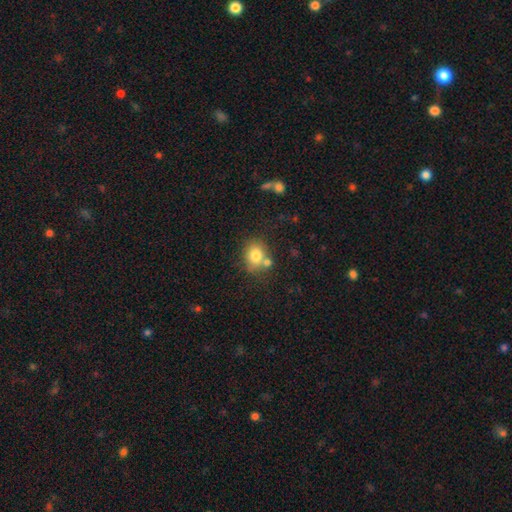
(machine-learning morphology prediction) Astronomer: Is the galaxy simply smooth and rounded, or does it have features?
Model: smooth — 79%.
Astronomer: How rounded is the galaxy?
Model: round — 59% (runner-up: in between, 40%).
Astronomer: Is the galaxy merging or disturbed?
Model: none — 64%.